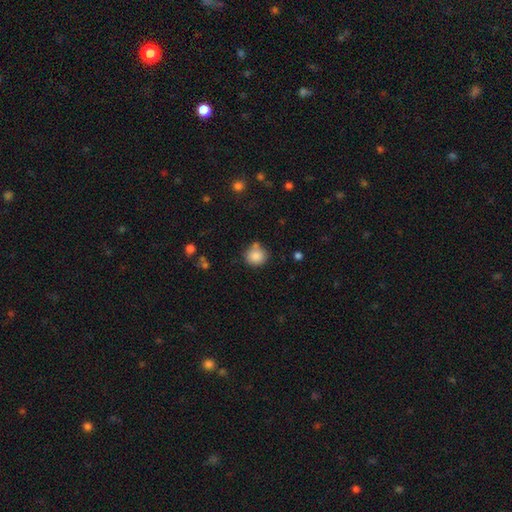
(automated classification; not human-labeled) smooth_or_featured: smooth (p=0.86) [alt: star or artifact p=0.09]
how_rounded: round (p=0.85) [alt: in between p=0.14]
merging: none (p=0.70) [alt: minor disturbance p=0.14]